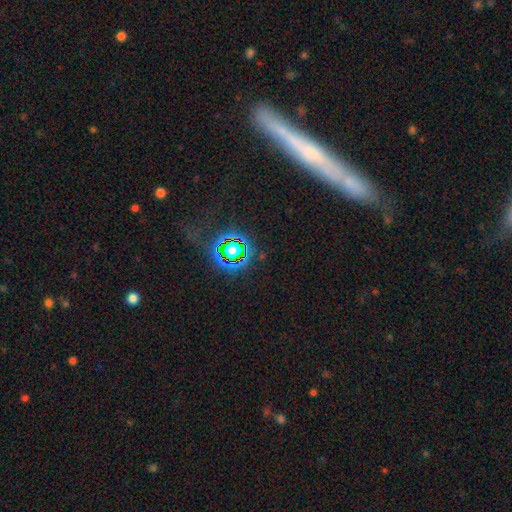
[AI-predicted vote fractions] Overall: featured or disk (49%; smooth 31%). Merging: none (81%).